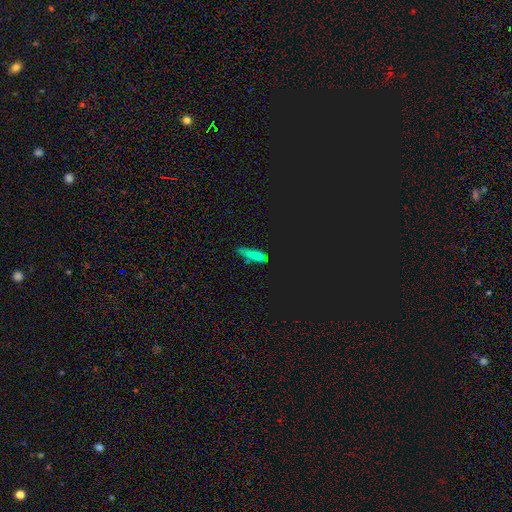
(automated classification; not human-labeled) This appears to be a smooth galaxy with no disk features (57%) that is cigar-shaped (55%). Merging: none (53%).